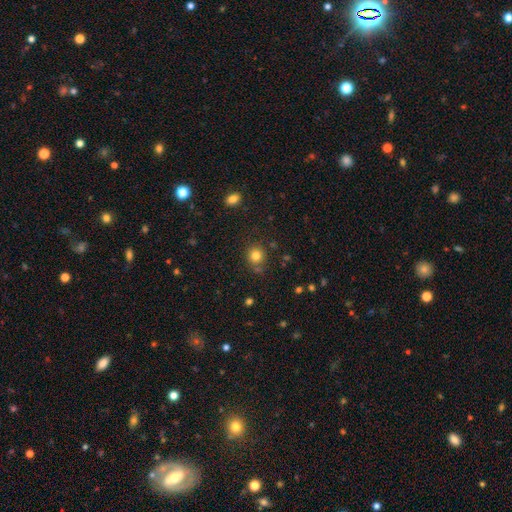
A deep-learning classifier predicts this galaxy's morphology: Q: Smooth or featured?
A: smooth (81%); runner-up: star or artifact (13%)
Q: How rounded?
A: round (87%); runner-up: in between (12%)
Q: Merging?
A: none (78%); runner-up: minor disturbance (11%)